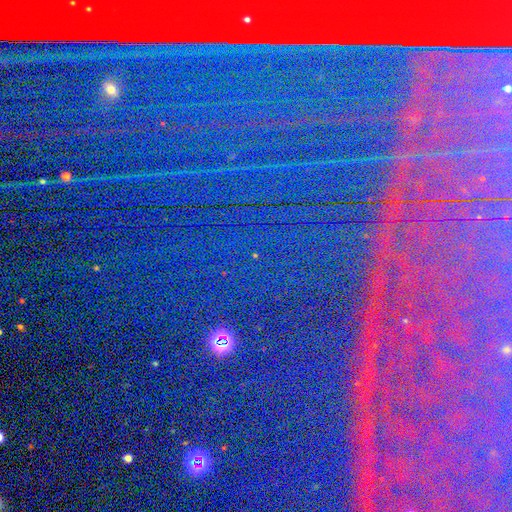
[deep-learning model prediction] Smooth or featured: star or artifact — 81% (smooth — 11%)